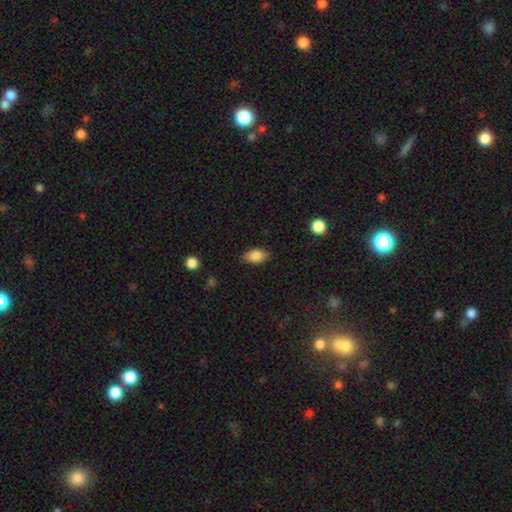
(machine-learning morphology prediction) Smooth or featured?
  - smooth: 87% *
  - star or artifact: 8%
  - featured or disk: 5%
How rounded?
  - in between: 91% *
  - round: 6%
  - cigar-shaped: 3%
Merging?
  - none: 84% *
  - minor disturbance: 12%
  - major disturbance: 3%
  - merger: 1%